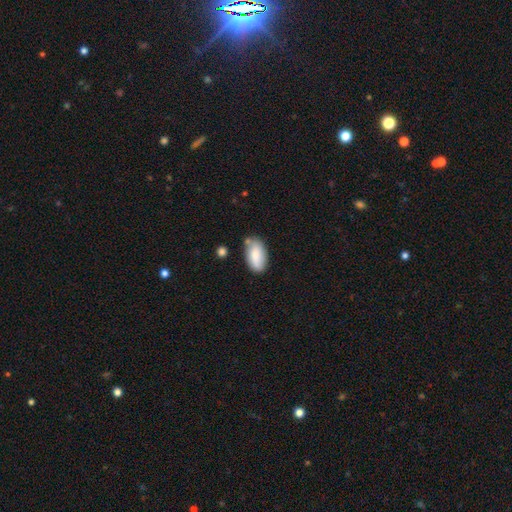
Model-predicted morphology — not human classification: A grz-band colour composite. It shows a smooth galaxy with no disk features (80%) that is in between round and cigar-shaped (93%). Merging: none (69%).